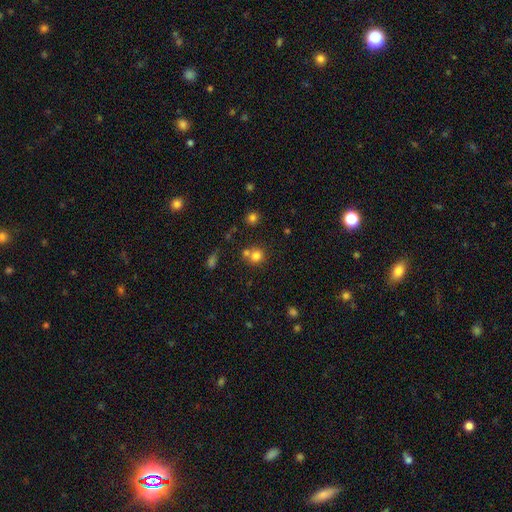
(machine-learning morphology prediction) smooth 77%, star or artifact 14%, featured or disk 9%. Down the decision tree: how rounded — round (86%); merging — none (55%).